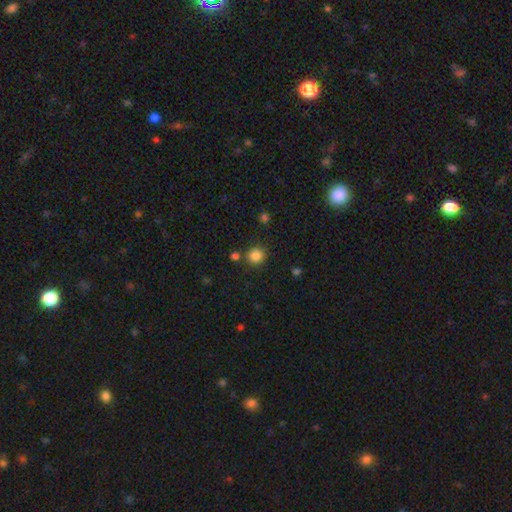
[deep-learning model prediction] Morphology: type=smooth (85%); roundness=round (88%); merging=none (81%).